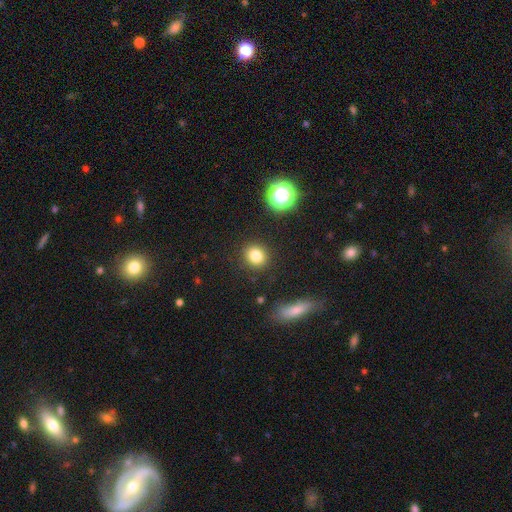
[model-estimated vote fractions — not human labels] Smooth or featured?
  - smooth: 81% *
  - star or artifact: 12%
  - featured or disk: 7%
How rounded?
  - round: 79% *
  - in between: 20%
  - cigar-shaped: 1%
Merging?
  - none: 89% *
  - minor disturbance: 7%
  - major disturbance: 2%
  - merger: 2%